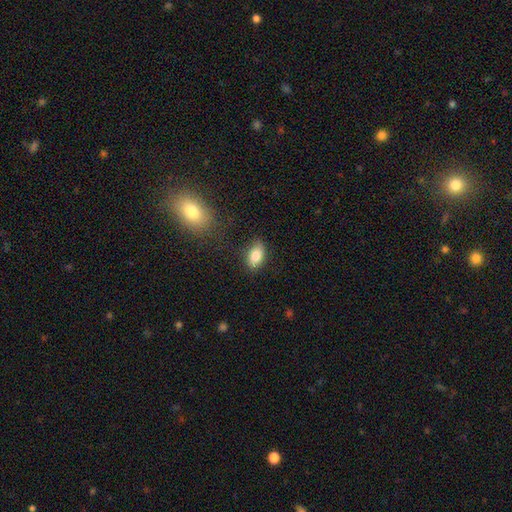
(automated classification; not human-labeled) Smooth or featured?
  - smooth: 84% *
  - star or artifact: 8%
  - featured or disk: 8%
How rounded?
  - in between: 90% *
  - round: 7%
  - cigar-shaped: 3%
Merging?
  - none: 81% *
  - minor disturbance: 13%
  - major disturbance: 3%
  - merger: 2%